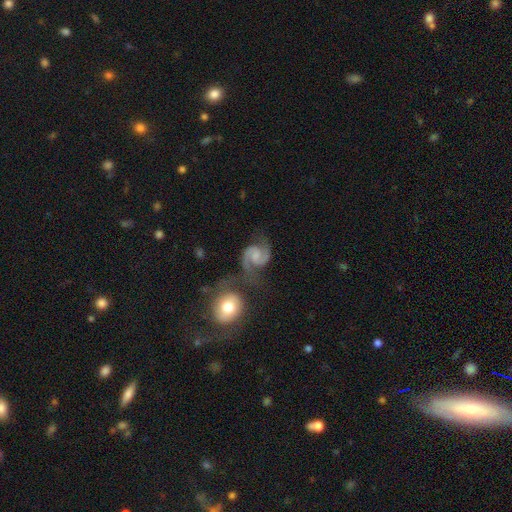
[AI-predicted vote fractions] Morphology: type=featured or disk (88%); edge-on=no (98%); bar=no (47%); spiral arms=yes (98%); winding=medium (60%); arm count=2 (94%); bulge=small (35%); merging=none (60%).